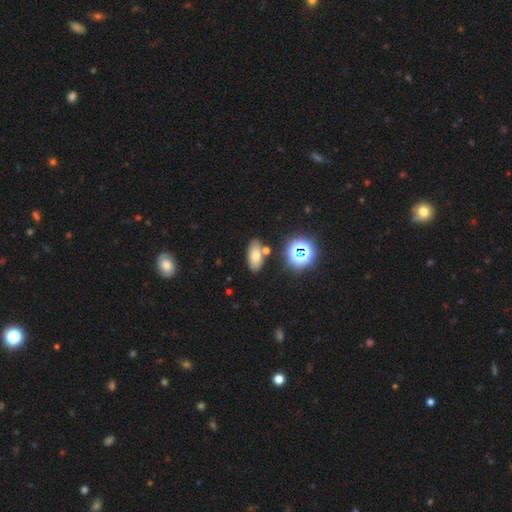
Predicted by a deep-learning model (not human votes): smooth-or-featured: smooth: 68% | star or artifact: 18% | featured or disk: 15%
  how-rounded: in between: 85% | round: 10% | cigar-shaped: 6%
  merging: none: 73% | merger: 12% | minor disturbance: 11% | major disturbance: 3%